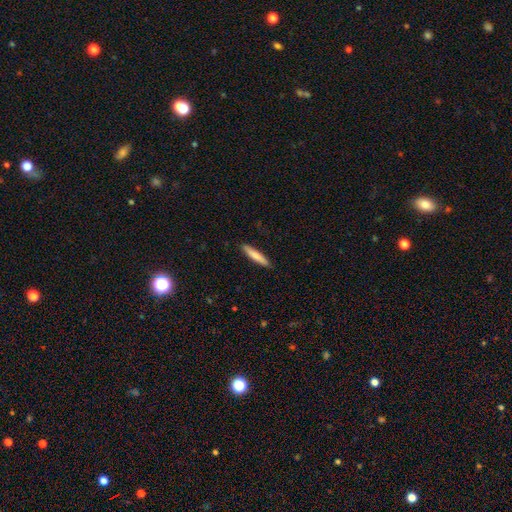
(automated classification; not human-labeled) A smooth galaxy with no disk features (76%) that is cigar-shaped (89%). Merging: none (90%).